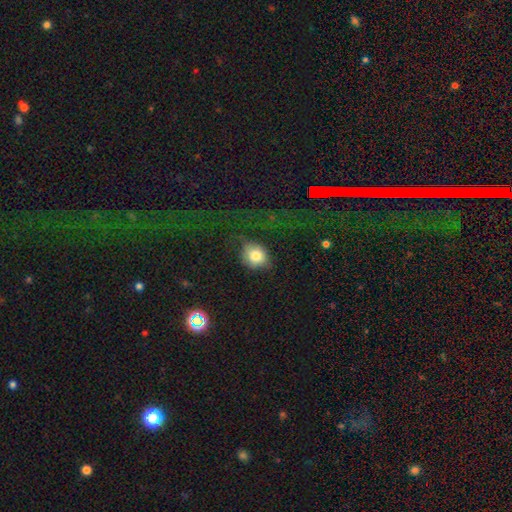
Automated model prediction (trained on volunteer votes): A smooth galaxy with no disk features (79%) that is round (77%).

Vote fractions:
- Smooth or featured? smooth: 79% / star or artifact: 11% / featured or disk: 10%
- How rounded? round: 77% / in between: 22% / cigar-shaped: 1%
- Merging? none: 58% / minor disturbance: 22% / major disturbance: 18% / merger: 2%